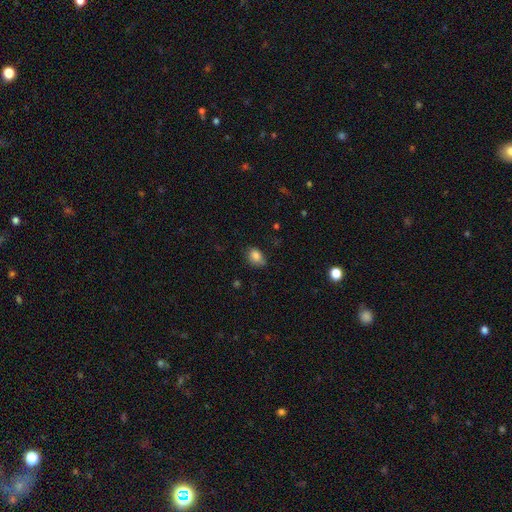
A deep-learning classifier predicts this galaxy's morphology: type=smooth (84%); roundness=in between (70%); merging=none (68%).